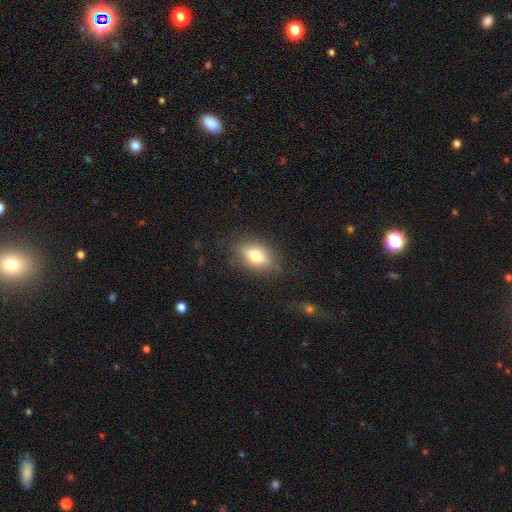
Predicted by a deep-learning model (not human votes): A smooth galaxy with no disk features (64%) that is in between round and cigar-shaped (80%). Merging: none (79%).